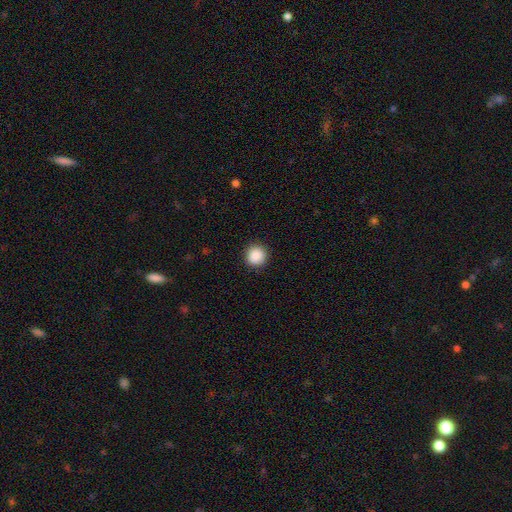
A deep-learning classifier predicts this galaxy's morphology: smooth-or-featured: smooth: 89% | star or artifact: 8% | featured or disk: 2%
  how-rounded: round: 92% | in between: 7% | cigar-shaped: 1%
  merging: none: 92% | minor disturbance: 6% | major disturbance: 2% | merger: 1%